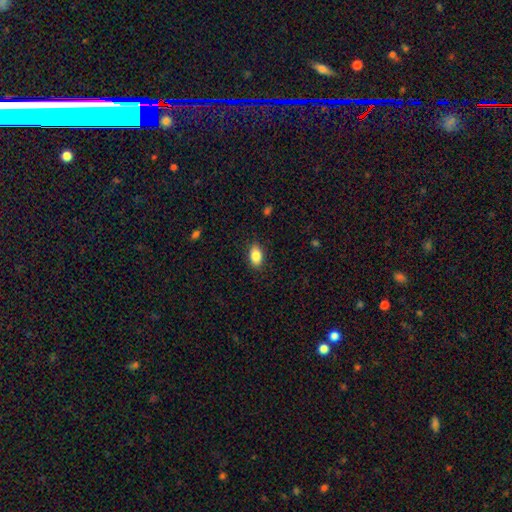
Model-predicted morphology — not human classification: Smooth or featured?
  - smooth: 86% *
  - star or artifact: 8%
  - featured or disk: 7%
How rounded?
  - in between: 91% *
  - round: 6%
  - cigar-shaped: 2%
Merging?
  - none: 87% *
  - minor disturbance: 10%
  - major disturbance: 2%
  - merger: 1%